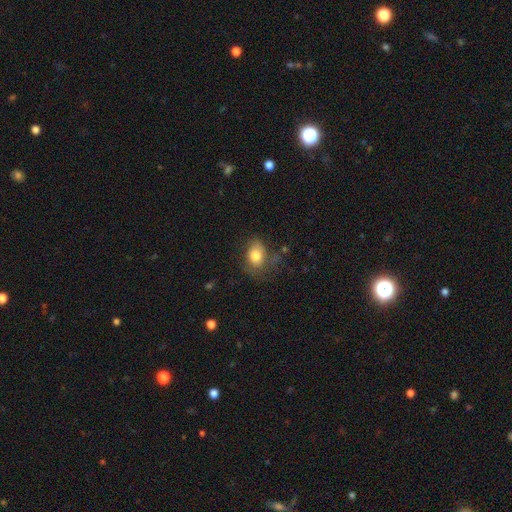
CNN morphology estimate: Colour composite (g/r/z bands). It shows a smooth galaxy with no disk features (79%) that is in between round and cigar-shaped (65%). Merging: none (57%).